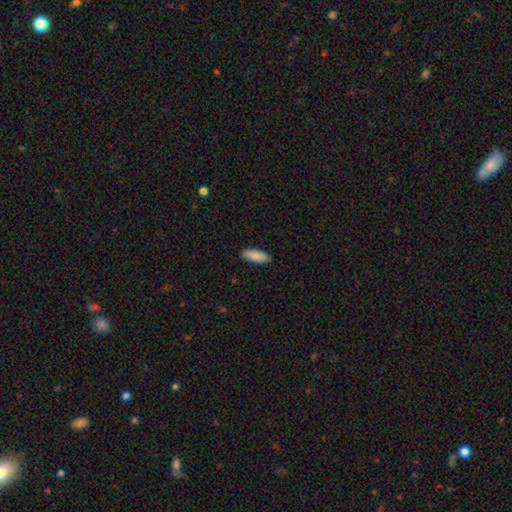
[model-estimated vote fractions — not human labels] This is clearly a smooth galaxy (88%). How rounded: likely in between (71%). Merging: clearly none (89%).